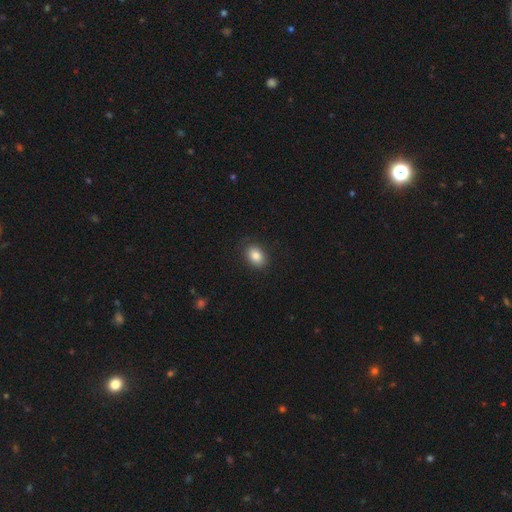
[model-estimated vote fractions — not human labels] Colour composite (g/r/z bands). It shows a smooth galaxy with no disk features (84%) that is in between round and cigar-shaped (75%). Merging: none (87%).